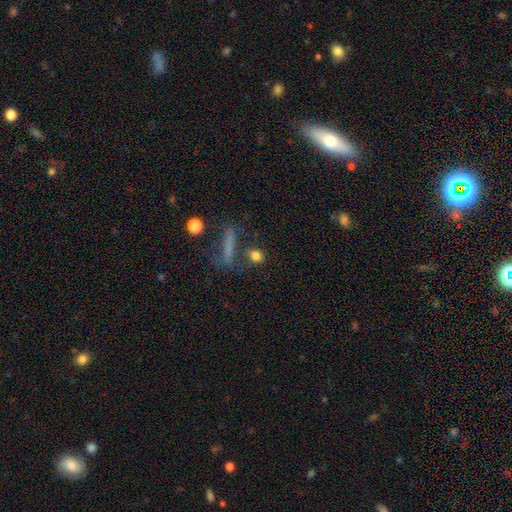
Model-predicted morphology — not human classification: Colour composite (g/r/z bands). It shows a smooth galaxy with no disk features (79%) that is round (58%). Merging: none (64%).